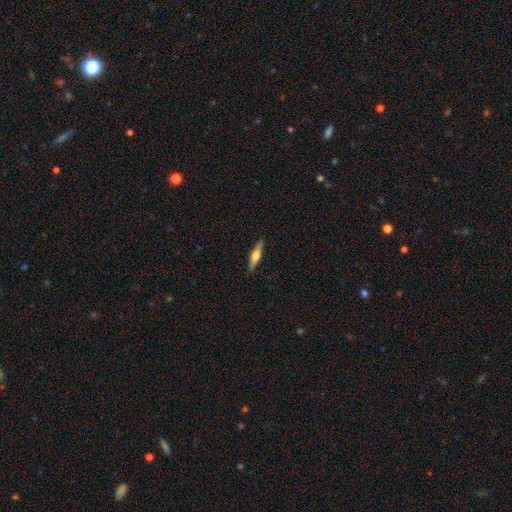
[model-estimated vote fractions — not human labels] This is possibly a smooth galaxy (50%). Merging: clearly none (88%).